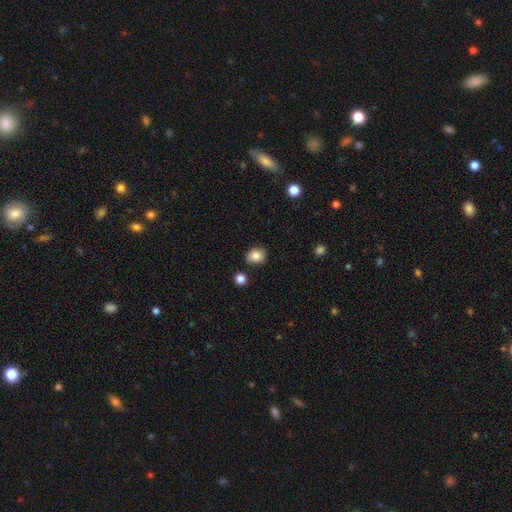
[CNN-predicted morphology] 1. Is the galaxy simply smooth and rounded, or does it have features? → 83% smooth, 10% star or artifact, 7% featured or disk.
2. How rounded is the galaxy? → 63% round, 36% in between, 1% cigar-shaped.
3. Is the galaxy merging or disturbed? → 74% none, 18% minor disturbance, 4% merger, 4% major disturbance.